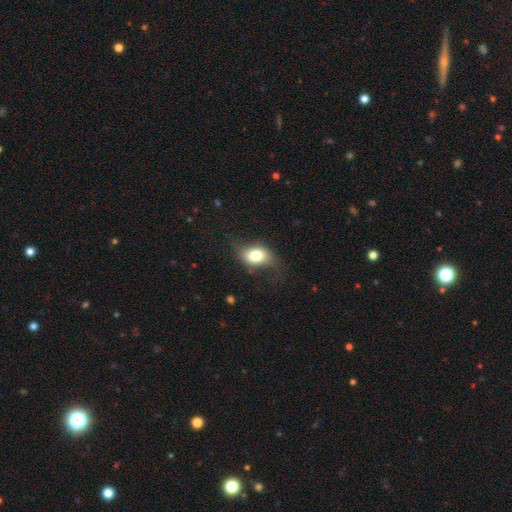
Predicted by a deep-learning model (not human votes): A smooth galaxy with no disk features (69%) that is in between round and cigar-shaped (75%).

Vote fractions:
- Smooth or featured? smooth: 69% / featured or disk: 23% / star or artifact: 8%
- How rounded? in between: 75% / round: 23% / cigar-shaped: 2%
- Merging? none: 55% / minor disturbance: 27% / major disturbance: 16% / merger: 2%